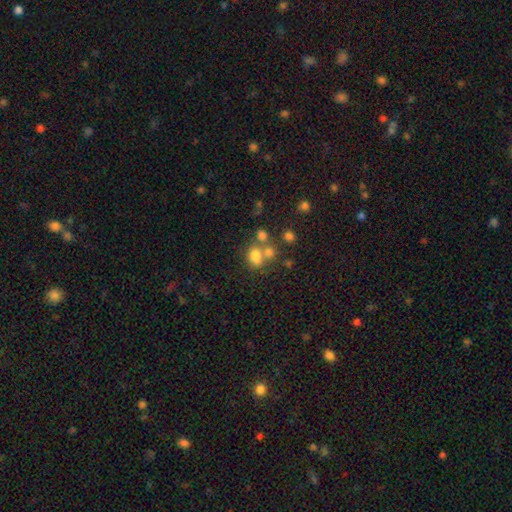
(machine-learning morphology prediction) Overall: smooth (72%). How rounded: in between (53%; round 46%). Merging: none (43%; merger 38%).